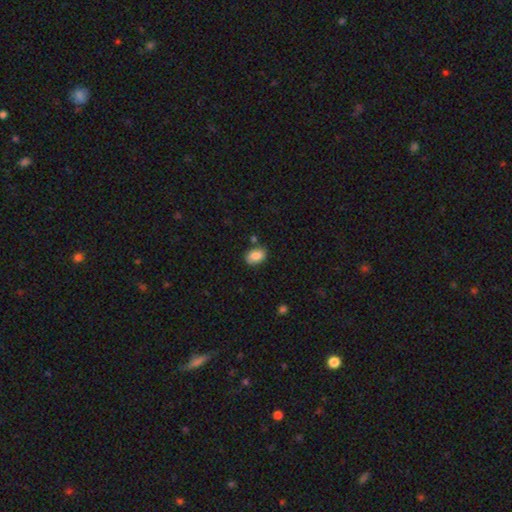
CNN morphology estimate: Q: Smooth or featured?
A: smooth (81%); runner-up: featured or disk (11%)
Q: How rounded?
A: in between (80%); runner-up: round (19%)
Q: Merging?
A: none (76%); runner-up: minor disturbance (15%)